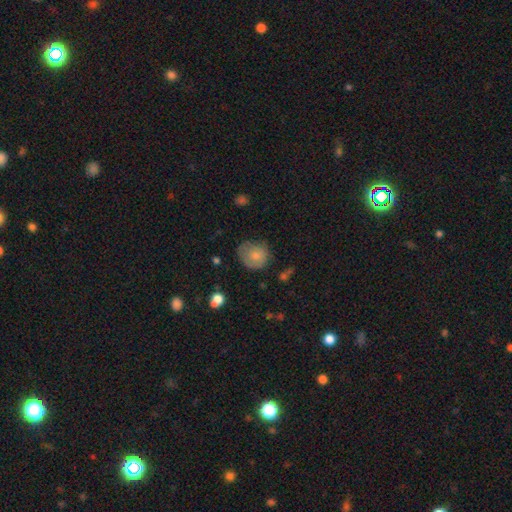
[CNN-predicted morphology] Overall: smooth (71%). How rounded: round (75%). Merging: none (59%; minor disturbance 29%).